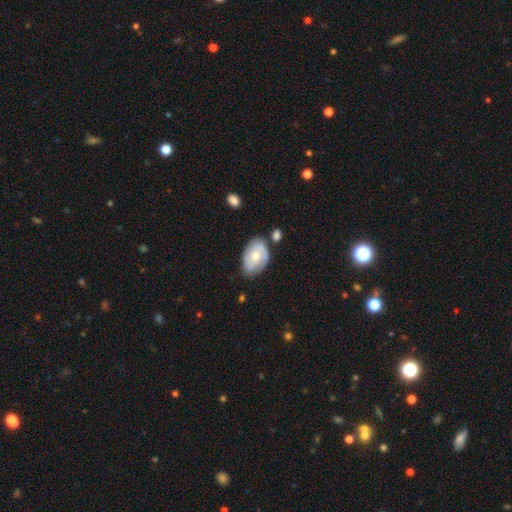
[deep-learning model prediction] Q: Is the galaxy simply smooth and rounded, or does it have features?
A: featured or disk — 53%.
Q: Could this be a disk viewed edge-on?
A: no — 96%.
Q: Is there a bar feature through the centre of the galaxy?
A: no — 70%.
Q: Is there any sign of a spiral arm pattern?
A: yes — 80%.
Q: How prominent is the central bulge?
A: moderate — 56%.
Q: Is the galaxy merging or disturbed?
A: none — 61%.